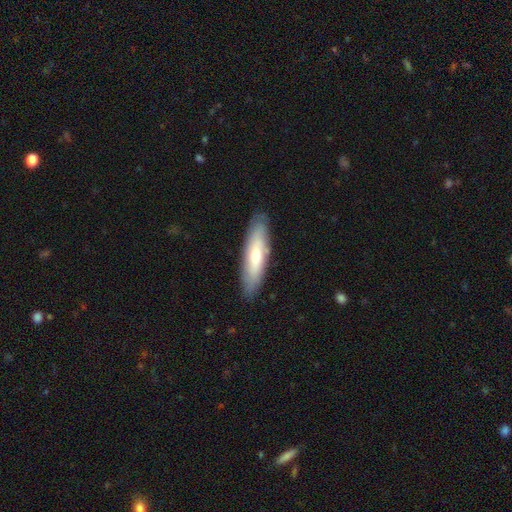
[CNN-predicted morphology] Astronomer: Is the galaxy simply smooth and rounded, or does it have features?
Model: smooth — 61%.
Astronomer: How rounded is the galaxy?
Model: cigar-shaped — 68%.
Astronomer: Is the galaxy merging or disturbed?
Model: none — 86%.